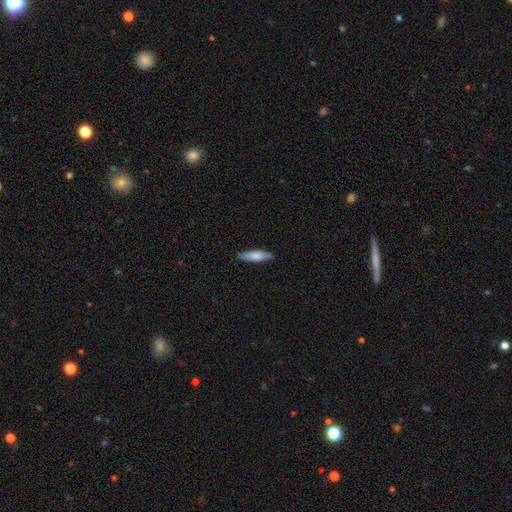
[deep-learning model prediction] Smooth or featured: smooth — 73% (featured or disk — 21%)
How rounded: cigar-shaped — 72% (in between — 27%)
Merging: none — 88% (minor disturbance — 10%)